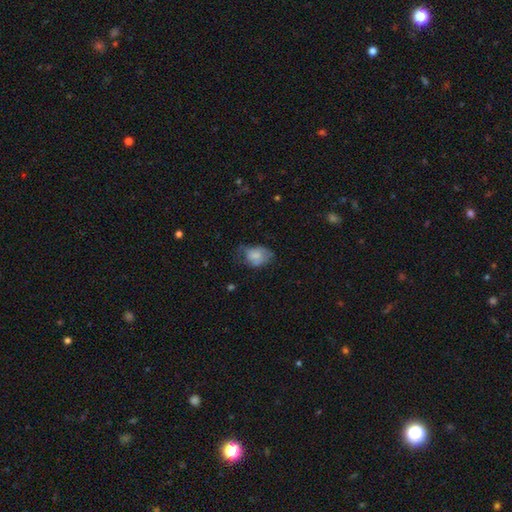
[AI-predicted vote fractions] Smooth or featured? Predicted: smooth (p=0.69). How rounded? Predicted: in between (p=0.76). Merging? Predicted: minor disturbance (p=0.37).